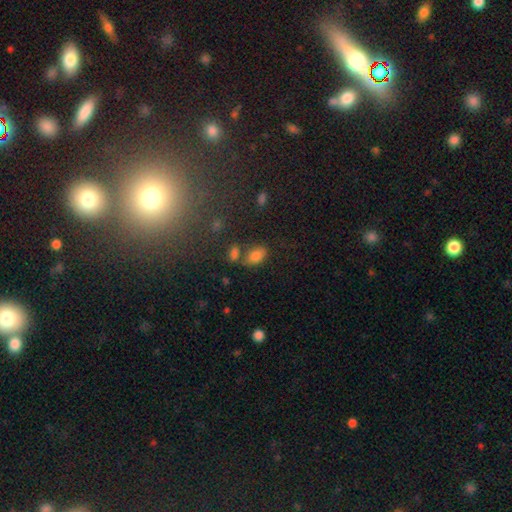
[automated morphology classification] smooth 79%, star or artifact 11%, featured or disk 9%. Down the decision tree: how rounded — in between (90%); merging — none (56%).